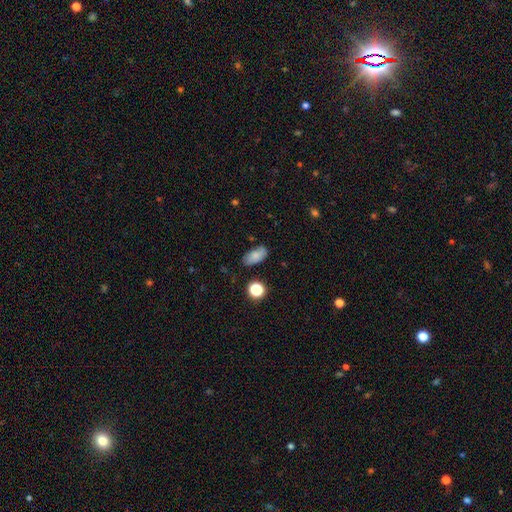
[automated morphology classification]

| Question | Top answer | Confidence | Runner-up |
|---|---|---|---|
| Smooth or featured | smooth | 77% | featured or disk (13%) |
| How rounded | in between | 91% | round (5%) |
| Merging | none | 75% | minor disturbance (18%) |